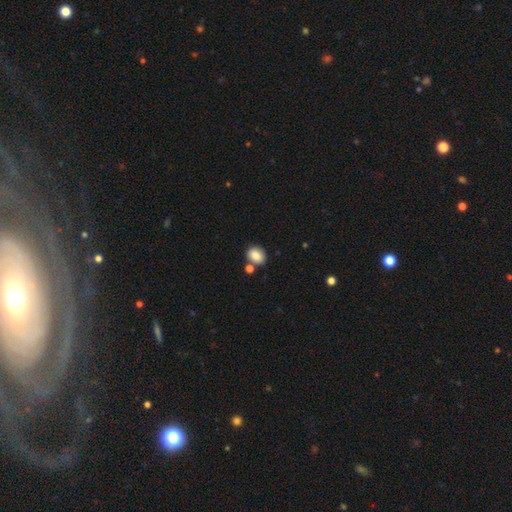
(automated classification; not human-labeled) Q: Smooth or featured?
A: smooth (84%); runner-up: star or artifact (9%)
Q: How rounded?
A: round (50%); runner-up: in between (49%)
Q: Merging?
A: none (71%); runner-up: merger (15%)